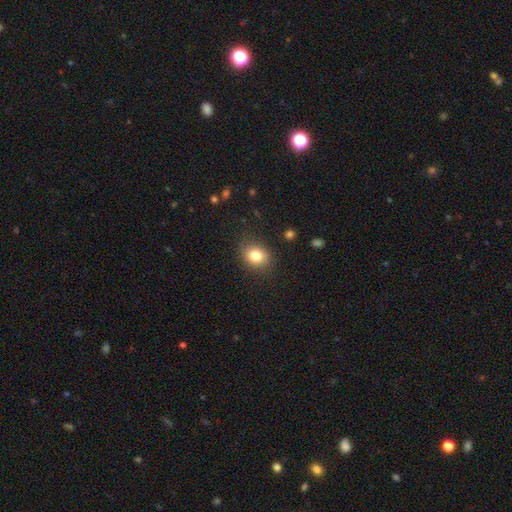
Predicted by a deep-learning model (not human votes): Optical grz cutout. It shows a smooth galaxy with no disk features (81%) that is round (57%). Merging: none (82%).